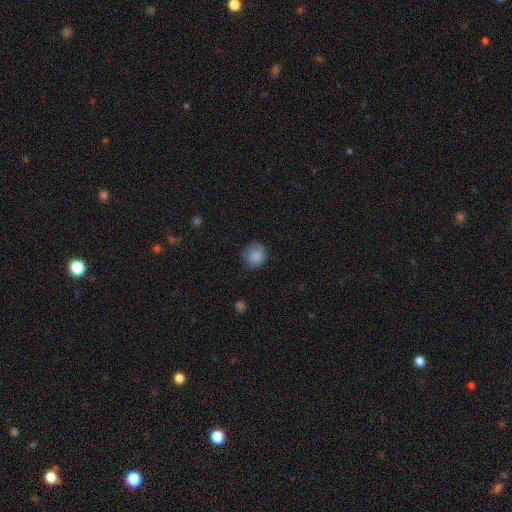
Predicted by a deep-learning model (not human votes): This appears to be a smooth galaxy with no disk features (85%) that is round (84%). Merging: none (73%).